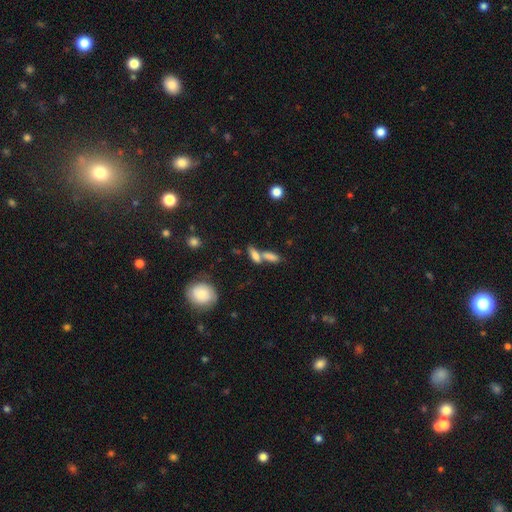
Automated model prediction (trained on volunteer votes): smooth-or-featured: smooth: 73% | featured or disk: 18% | star or artifact: 9%
  how-rounded: in between: 59% | cigar-shaped: 36% | round: 6%
  merging: merger: 50% | none: 37% | minor disturbance: 9% | major disturbance: 5%